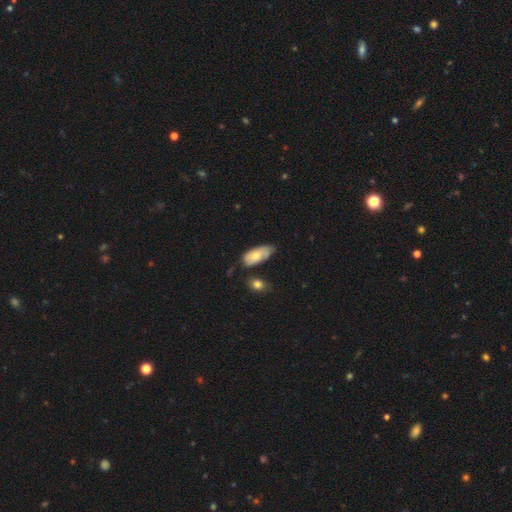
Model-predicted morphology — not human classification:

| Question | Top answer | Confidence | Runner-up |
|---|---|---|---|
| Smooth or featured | smooth | 68% | featured or disk (26%) |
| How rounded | in between | 89% | cigar-shaped (8%) |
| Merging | none | 53% | minor disturbance (34%) |